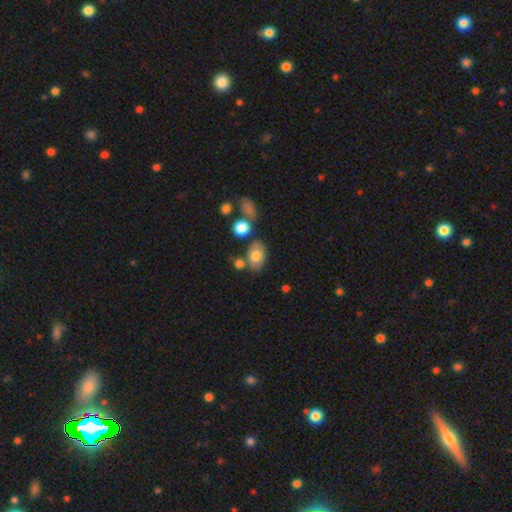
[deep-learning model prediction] smooth 77%, featured or disk 15%, star or artifact 9%. Down the decision tree: how rounded — in between (83%); merging — none (66%).